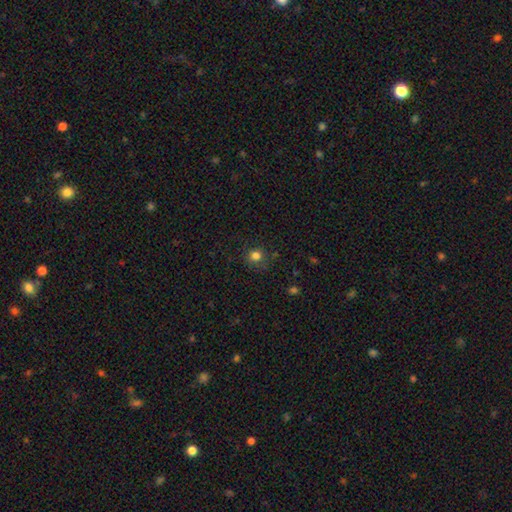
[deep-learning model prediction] Smooth or featured: smooth — 79% (star or artifact — 15%)
How rounded: round — 86% (in between — 13%)
Merging: none — 80% (minor disturbance — 14%)